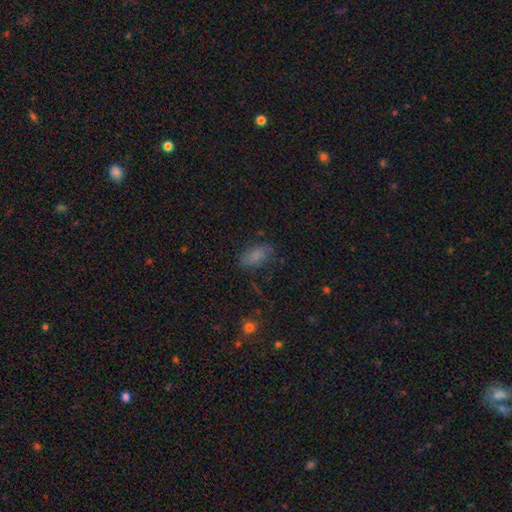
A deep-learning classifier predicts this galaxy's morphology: Smooth or featured: smooth — 80% (star or artifact — 12%)
How rounded: in between — 88% (cigar-shaped — 8%)
Merging: none — 75% (minor disturbance — 17%)